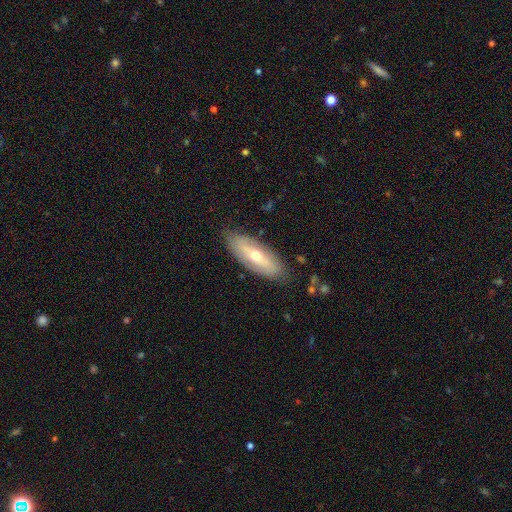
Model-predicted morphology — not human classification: This is possibly a featured or disk galaxy (53%). It is likely not viewed edge-on (69%). Merging: clearly none (82%).